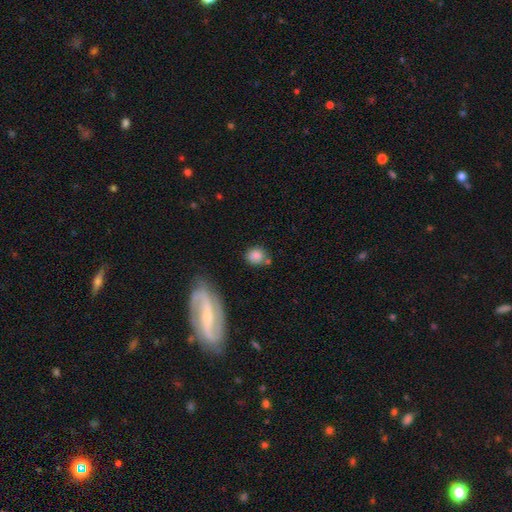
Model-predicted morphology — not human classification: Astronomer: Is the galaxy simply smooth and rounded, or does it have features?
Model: smooth — 82%.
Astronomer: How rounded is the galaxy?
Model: round — 72%.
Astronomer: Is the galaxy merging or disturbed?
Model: none — 67%.